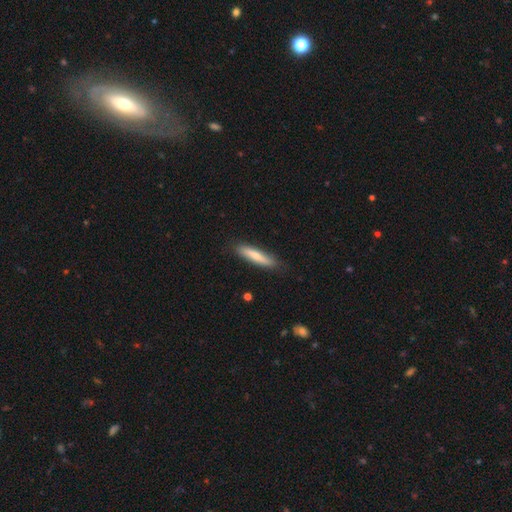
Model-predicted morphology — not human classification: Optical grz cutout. It shows a smooth galaxy with no disk features (70%) that is cigar-shaped (83%). Merging: none (83%).